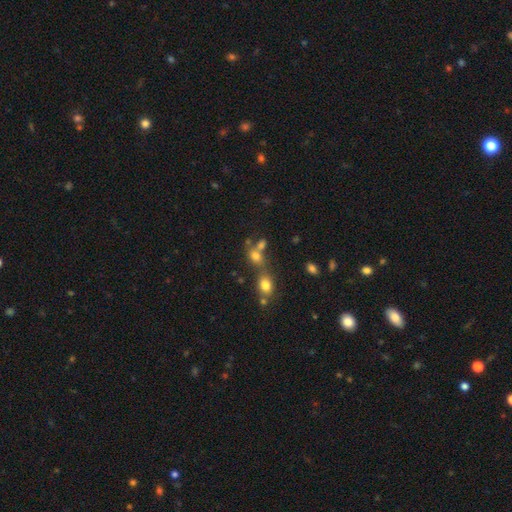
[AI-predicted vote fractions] Morphology: type=smooth (70%); roundness=in between (50%); merging=merger (47%).